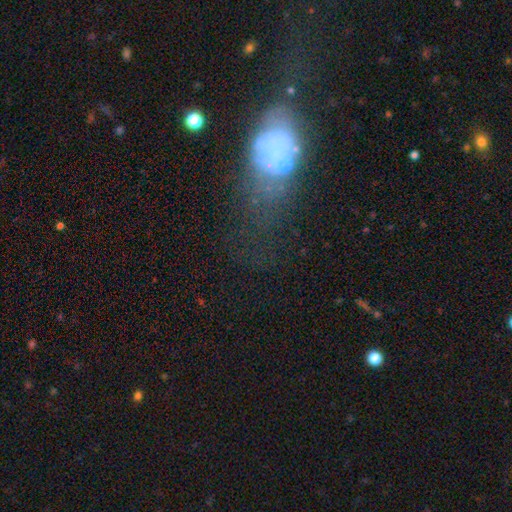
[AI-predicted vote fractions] smooth_or_featured: featured or disk (p=0.40) [alt: smooth p=0.32]
merging: none (p=0.38) [alt: major disturbance p=0.29]